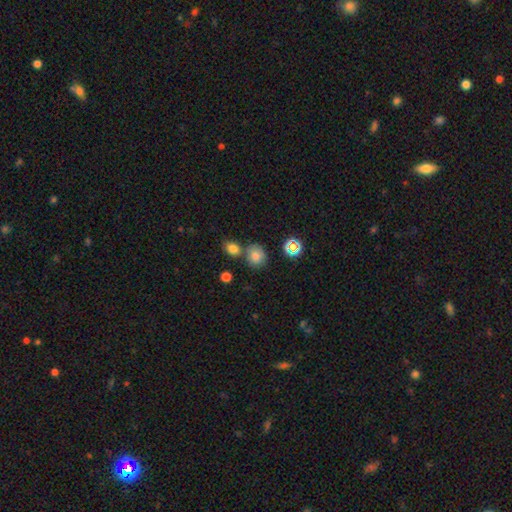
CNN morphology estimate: Smooth or featured? Predicted: smooth (p=0.77). How rounded? Predicted: round (p=0.73). Merging? Predicted: none (p=0.59).